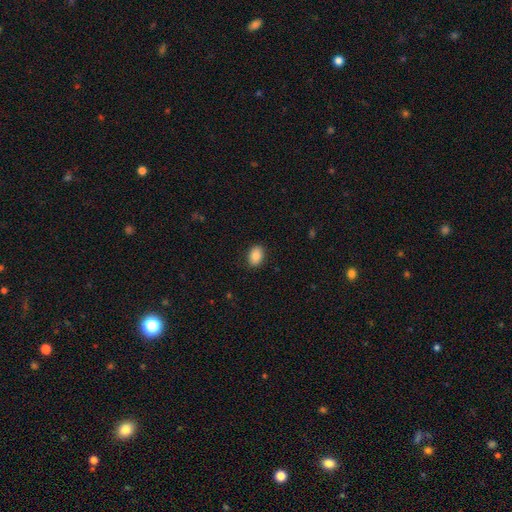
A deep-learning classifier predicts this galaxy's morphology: type=smooth (85%); roundness=in between (75%); merging=none (89%).